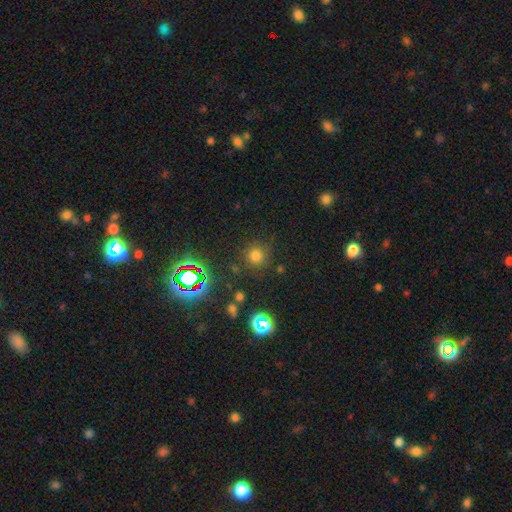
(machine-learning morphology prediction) Smooth or featured?
  - smooth: 69% *
  - star or artifact: 24%
  - featured or disk: 7%
How rounded?
  - round: 92% *
  - in between: 7%
  - cigar-shaped: 1%
Merging?
  - none: 84% *
  - minor disturbance: 9%
  - major disturbance: 4%
  - merger: 3%